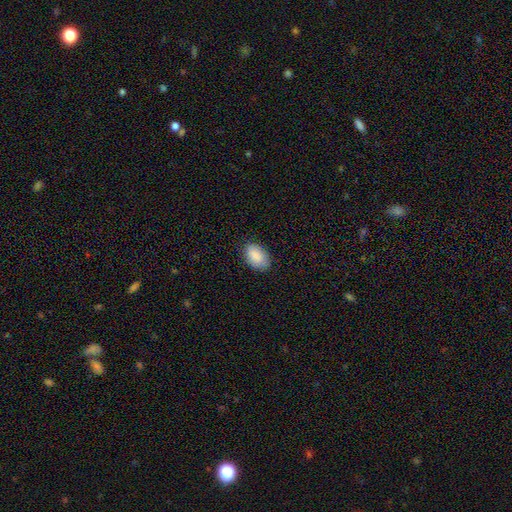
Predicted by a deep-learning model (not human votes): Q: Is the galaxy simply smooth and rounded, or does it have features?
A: smooth — 90%.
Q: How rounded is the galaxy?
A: in between — 93%.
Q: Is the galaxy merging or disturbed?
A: none — 84%.